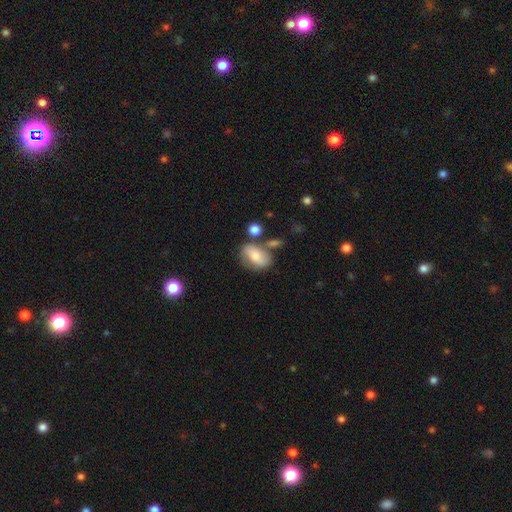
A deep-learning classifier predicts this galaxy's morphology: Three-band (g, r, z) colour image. It shows a smooth galaxy with no disk features (65%) that is in between round and cigar-shaped (83%). Merging: none (59%).